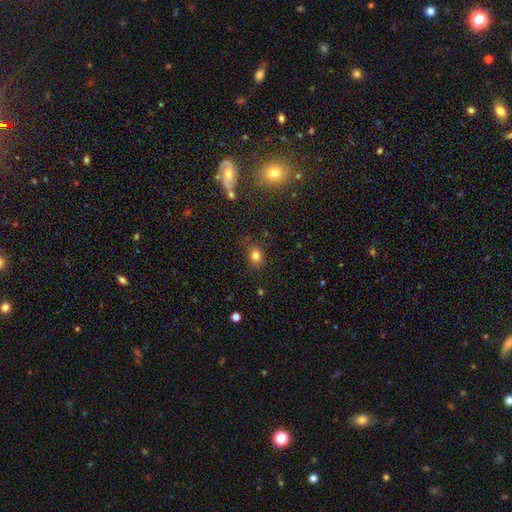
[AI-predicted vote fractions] Smooth or featured: smooth — 77% (star or artifact — 16%)
How rounded: round — 61% (in between — 38%)
Merging: none — 76% (minor disturbance — 16%)